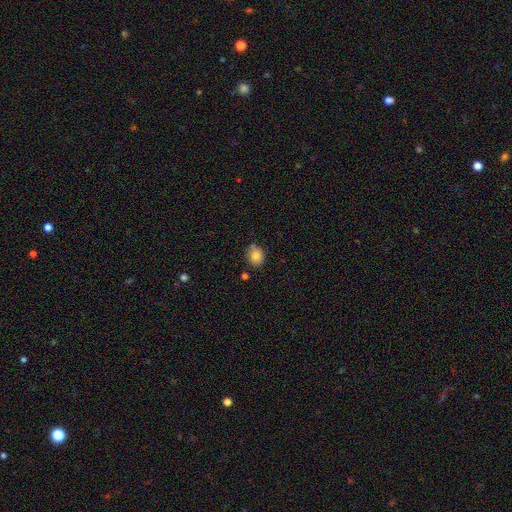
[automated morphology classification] Overall: smooth (84%). How rounded: round (58%; in between 41%). Merging: none (75%).